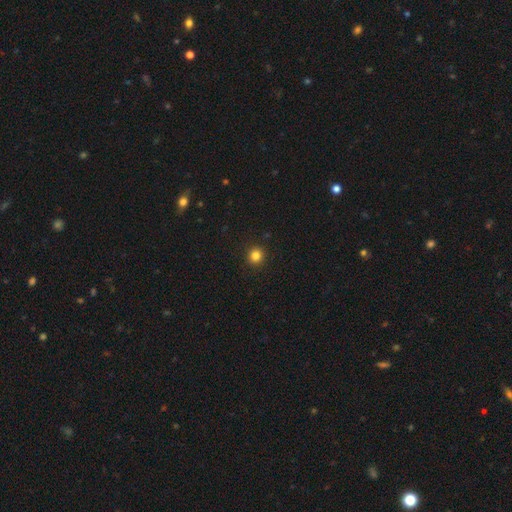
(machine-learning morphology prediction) Smooth or featured?
  - smooth: 83% *
  - star or artifact: 13%
  - featured or disk: 4%
How rounded?
  - round: 94% *
  - in between: 5%
  - cigar-shaped: 1%
Merging?
  - none: 93% *
  - minor disturbance: 4%
  - major disturbance: 2%
  - merger: 1%